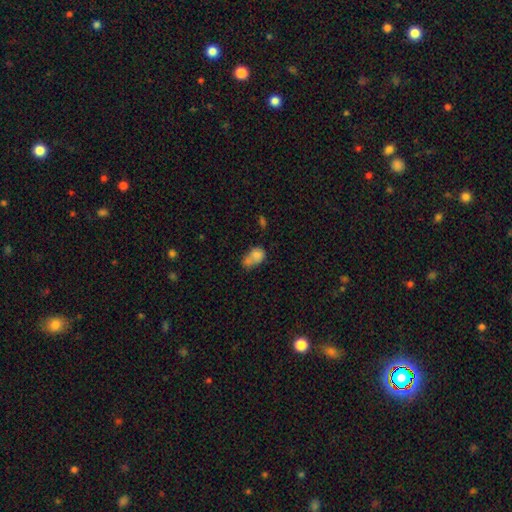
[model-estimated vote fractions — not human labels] A smooth galaxy with no disk features (74%) that is in between round and cigar-shaped (67%). Merging: merger (46%).